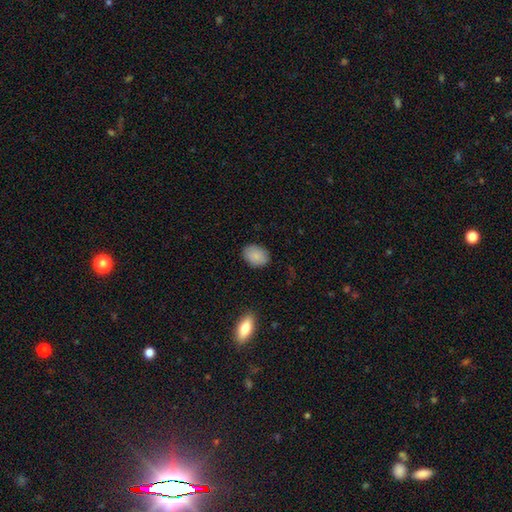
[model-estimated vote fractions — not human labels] The model was most divided on "how rounded": in between: 71%, round: 28%, cigar-shaped: 1%. More confident: smooth or featured — smooth (87%); merging — none (86%).